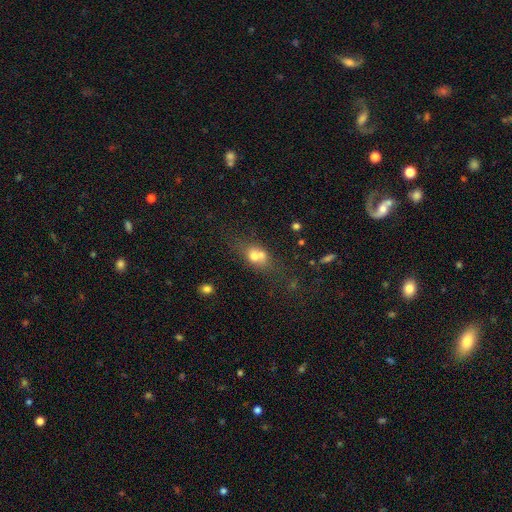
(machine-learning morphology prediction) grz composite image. It shows a smooth galaxy with no disk features (65%) that is in between round and cigar-shaped (52%). Merging: merger (56%).